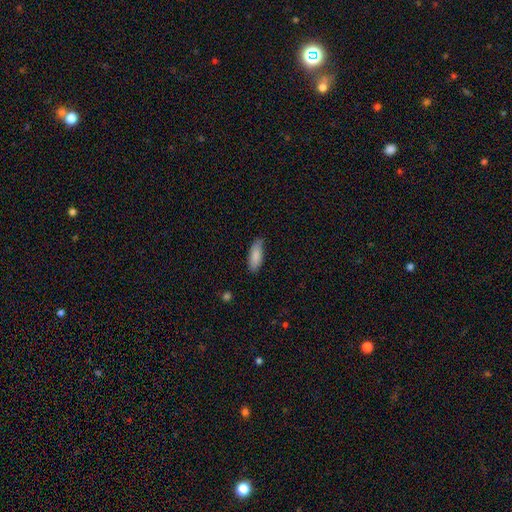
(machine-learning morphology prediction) Q: Smooth or featured?
A: smooth (87%); runner-up: featured or disk (7%)
Q: How rounded?
A: in between (71%); runner-up: cigar-shaped (28%)
Q: Merging?
A: none (78%); runner-up: minor disturbance (18%)